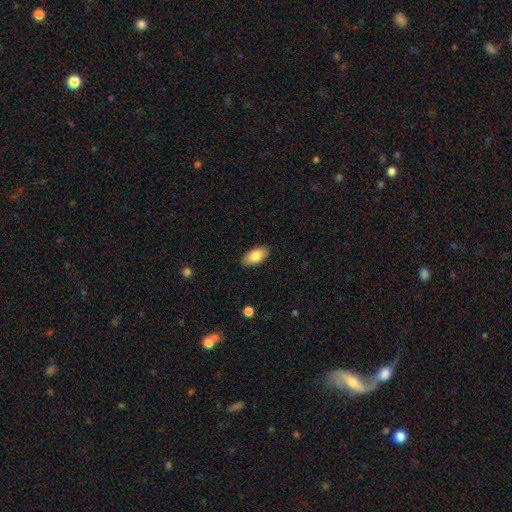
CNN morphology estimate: The model was most divided on "smooth or featured": smooth: 84%, featured or disk: 10%, star or artifact: 7%. More confident: how rounded — in between (93%); merging — none (88%).